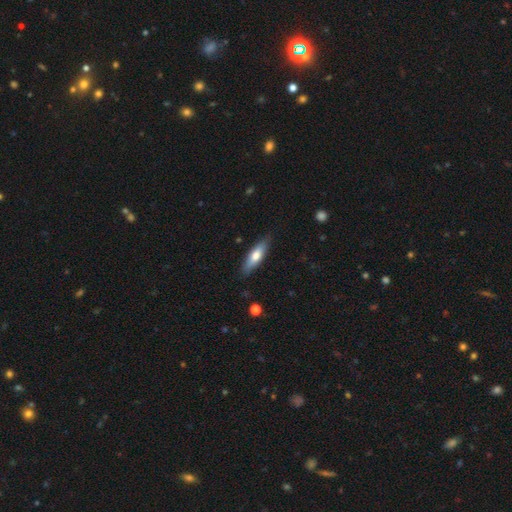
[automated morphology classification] smooth 64%, featured or disk 30%, star or artifact 6%. Down the decision tree: how rounded — cigar-shaped (58%); merging — none (85%).